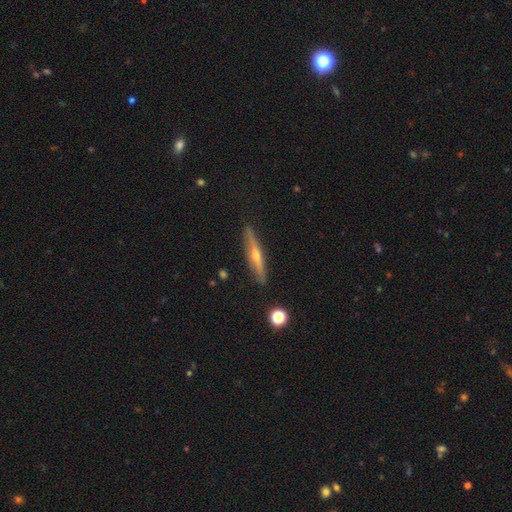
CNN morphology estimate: This is likely a featured or disk galaxy (63%). It is clearly viewed edge-on (94%). Edge-on bulge: clearly rounded (83%). Merging: clearly none (88%).